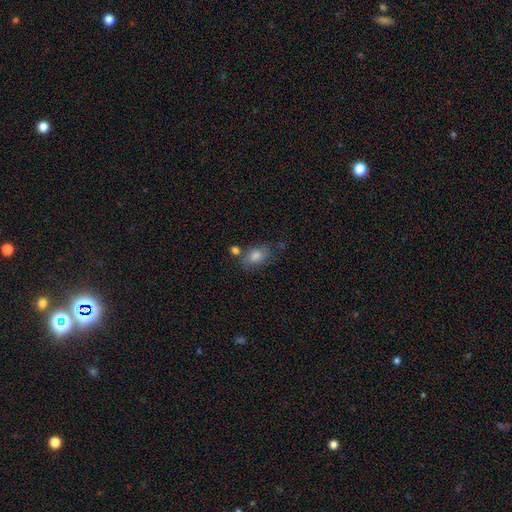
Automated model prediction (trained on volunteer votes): Smooth or featured? Predicted: smooth (p=0.65). How rounded? Predicted: in between (p=0.75). Merging? Predicted: none (p=0.61).